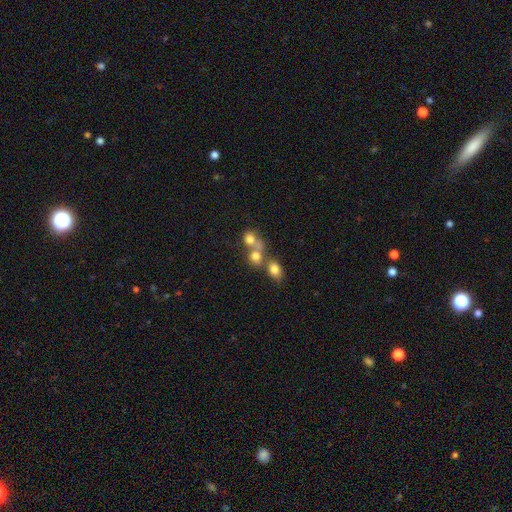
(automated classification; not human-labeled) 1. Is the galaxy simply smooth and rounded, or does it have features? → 70% smooth, 16% featured or disk, 15% star or artifact.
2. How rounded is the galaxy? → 68% round, 30% in between, 1% cigar-shaped.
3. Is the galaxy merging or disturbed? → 51% merger, 36% none, 8% minor disturbance, 5% major disturbance.